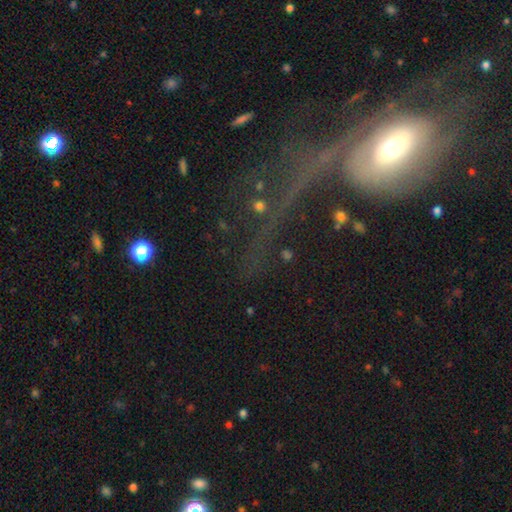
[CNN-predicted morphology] This appears to be a featured or disk galaxy (44%). Merging: none (38%).